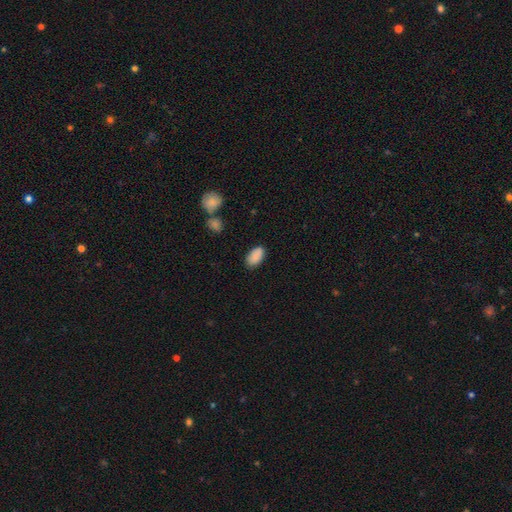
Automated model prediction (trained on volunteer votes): Morphology: type=smooth (85%); roundness=in between (94%); merging=none (81%).